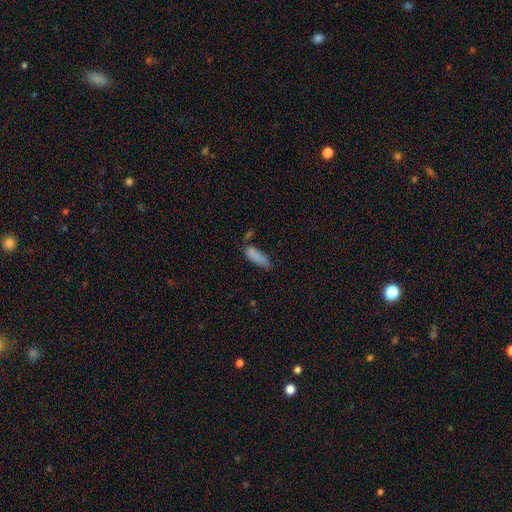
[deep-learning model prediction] Q: Smooth or featured?
A: smooth (84%); runner-up: featured or disk (8%)
Q: How rounded?
A: in between (53%); runner-up: cigar-shaped (45%)
Q: Merging?
A: none (55%); runner-up: minor disturbance (27%)